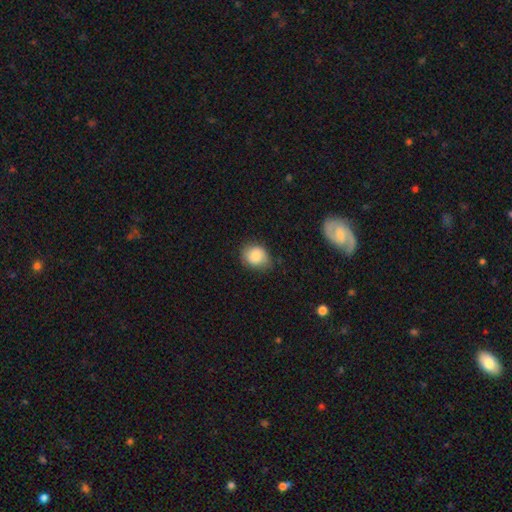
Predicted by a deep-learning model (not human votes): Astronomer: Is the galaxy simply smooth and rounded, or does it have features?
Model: smooth — 80%.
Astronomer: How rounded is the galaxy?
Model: round — 61% (runner-up: in between, 38%).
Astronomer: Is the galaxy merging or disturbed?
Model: none — 69%.